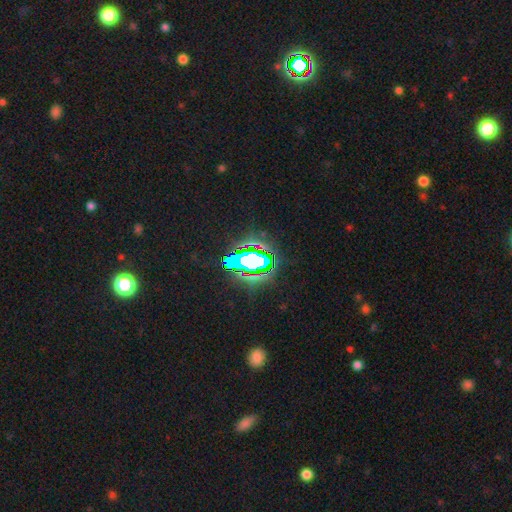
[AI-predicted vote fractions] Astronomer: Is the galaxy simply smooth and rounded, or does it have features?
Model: star or artifact — 62%.